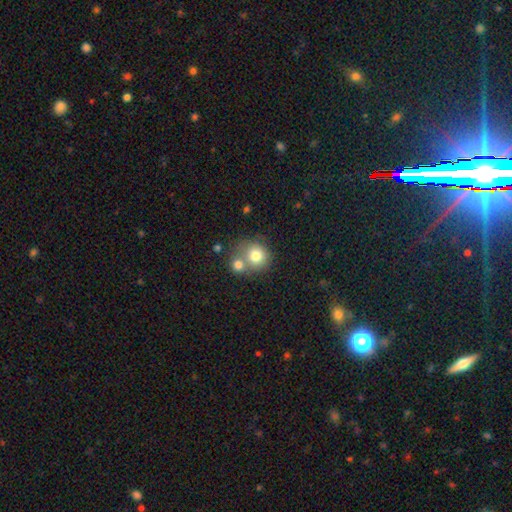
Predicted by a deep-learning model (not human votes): Smooth or featured?
  - smooth: 77% *
  - featured or disk: 13%
  - star or artifact: 10%
How rounded?
  - round: 84% *
  - in between: 15%
  - cigar-shaped: 1%
Merging?
  - merger: 45% *
  - none: 43%
  - minor disturbance: 9%
  - major disturbance: 4%